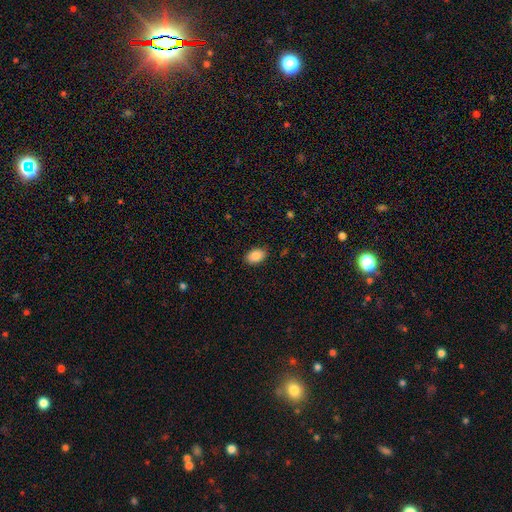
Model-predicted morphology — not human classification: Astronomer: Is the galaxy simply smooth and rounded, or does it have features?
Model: smooth — 87%.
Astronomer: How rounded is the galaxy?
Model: in between — 88%.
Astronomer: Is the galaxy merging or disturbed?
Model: none — 86%.